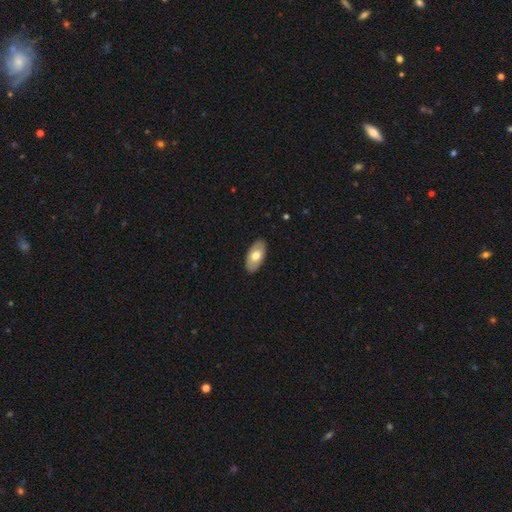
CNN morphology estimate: smooth-or-featured: smooth: 68% | featured or disk: 27% | star or artifact: 5%
  how-rounded: in between: 95% | round: 3% | cigar-shaped: 3%
  merging: none: 89% | minor disturbance: 9% | major disturbance: 2% | merger: 1%